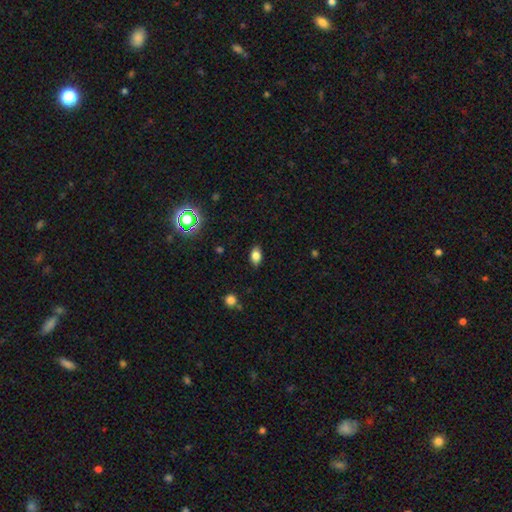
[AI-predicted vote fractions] This appears to be a smooth galaxy with no disk features (81%) that is in between round and cigar-shaped (85%). Merging: none (86%).